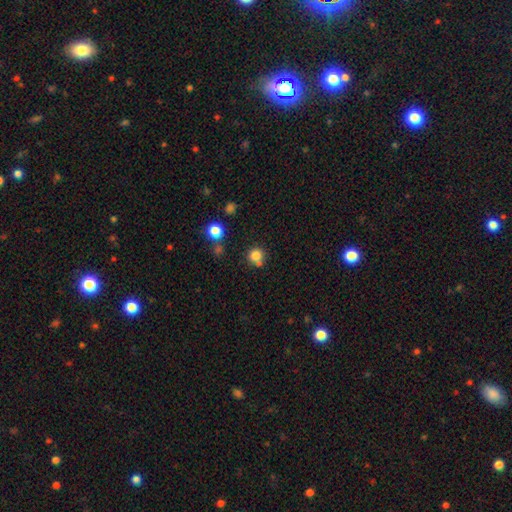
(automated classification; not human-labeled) Q: Smooth or featured?
A: smooth (81%); runner-up: star or artifact (13%)
Q: How rounded?
A: round (91%); runner-up: in between (8%)
Q: Merging?
A: none (67%); runner-up: merger (18%)